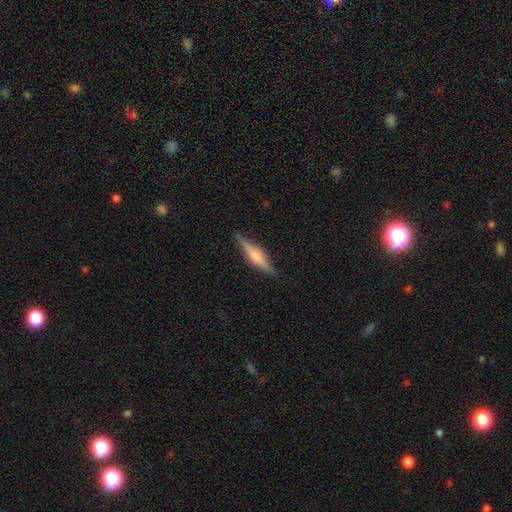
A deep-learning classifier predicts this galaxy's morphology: The model was most divided on "smooth or featured": featured or disk: 56%, smooth: 38%, star or artifact: 7%. More confident: edge-on disk — yes (97%); merging — none (87%); edge-on bulge — rounded (64%).